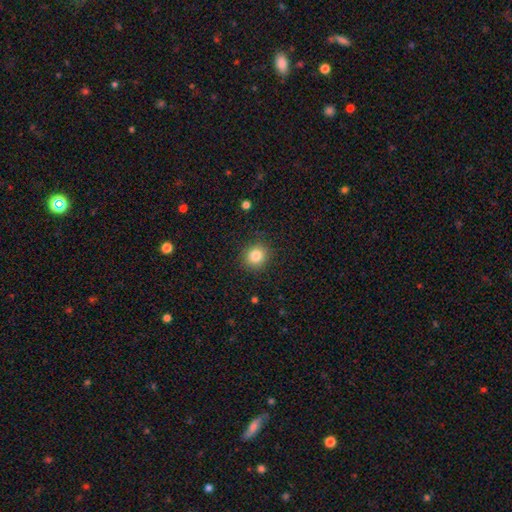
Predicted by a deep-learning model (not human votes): Smooth or featured? Predicted: smooth (p=0.84). How rounded? Predicted: round (p=0.86). Merging? Predicted: none (p=0.89).